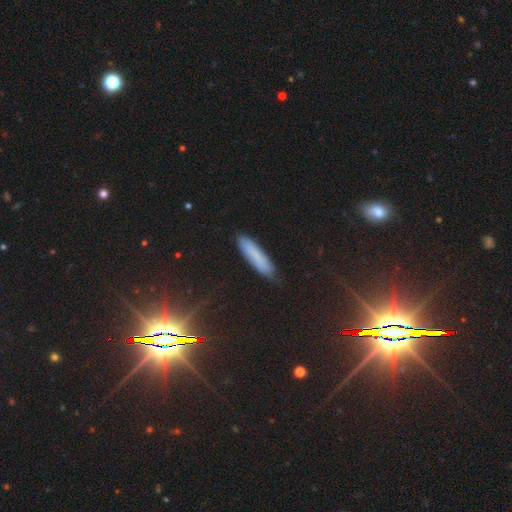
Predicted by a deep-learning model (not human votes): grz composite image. It shows a smooth galaxy with no disk features (71%) that is cigar-shaped (82%). Merging: none (84%).